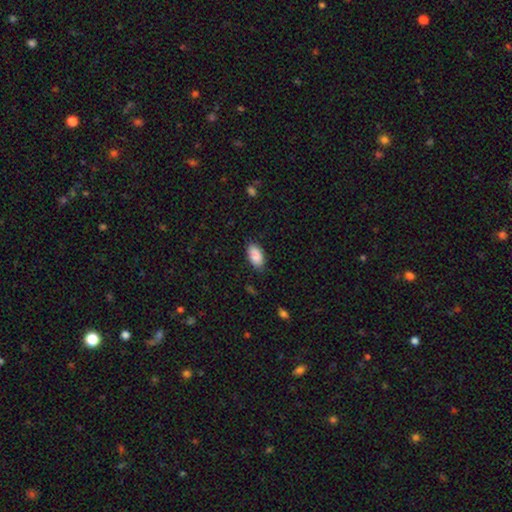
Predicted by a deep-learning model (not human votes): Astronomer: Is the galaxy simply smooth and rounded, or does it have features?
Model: smooth — 88%.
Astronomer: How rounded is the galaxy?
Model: in between — 94%.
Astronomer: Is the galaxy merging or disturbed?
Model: none — 80%.